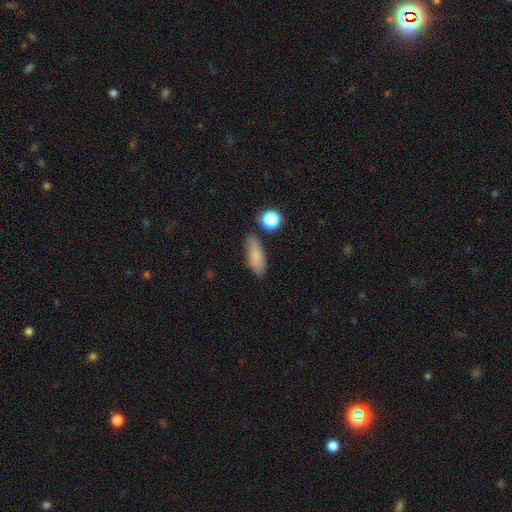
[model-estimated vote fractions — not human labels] Overall: smooth (82%). How rounded: in between (73%). Merging: none (76%).